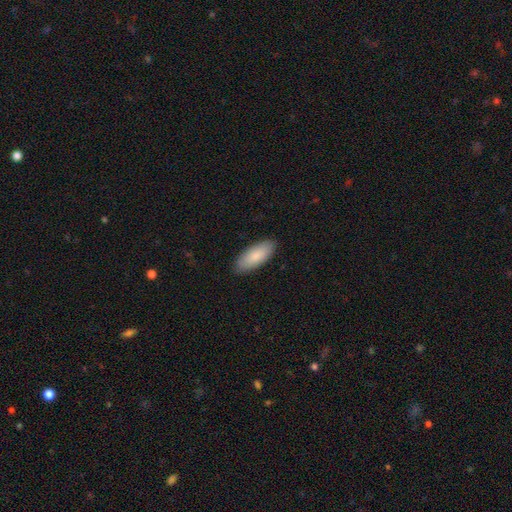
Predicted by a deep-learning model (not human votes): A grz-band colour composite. It shows a smooth galaxy with no disk features (85%) that is in between round and cigar-shaped (83%). Merging: none (87%).